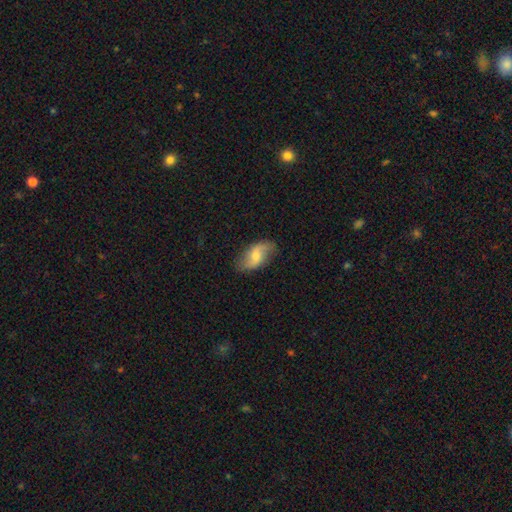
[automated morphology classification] type=featured or disk (53%); edge-on=no (94%); bar=no (47%); spiral arms=yes (85%); bulge=moderate (49%); merging=none (79%).